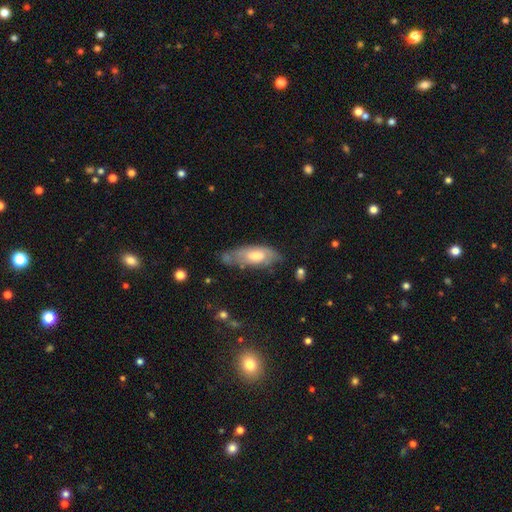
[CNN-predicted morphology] Smooth or featured? Predicted: smooth (p=0.52). How rounded? Predicted: in between (p=0.74). Merging? Predicted: none (p=0.50).